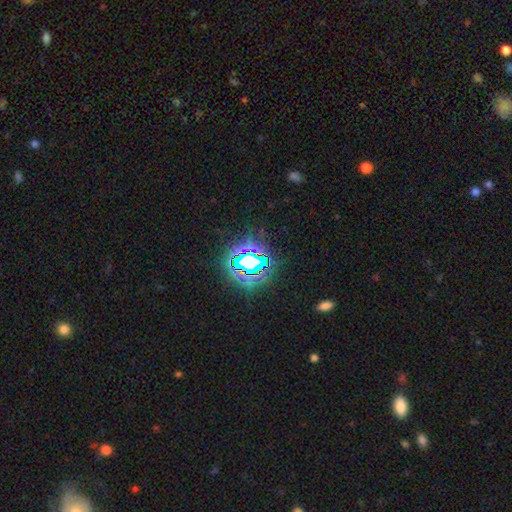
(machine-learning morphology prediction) This is clearly a star or artifact rather than a galaxy (83%).